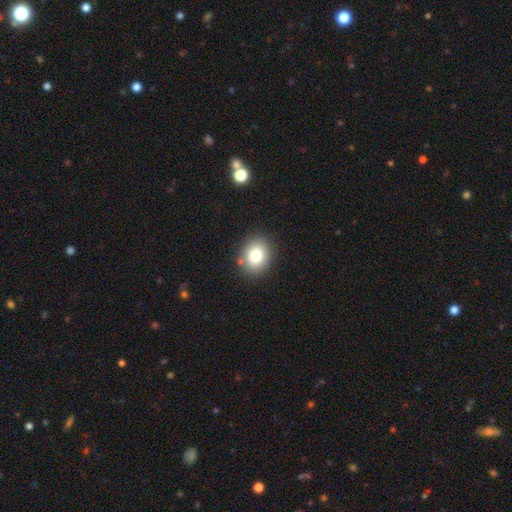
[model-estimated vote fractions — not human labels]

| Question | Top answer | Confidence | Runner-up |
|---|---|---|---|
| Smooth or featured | smooth | 79% | star or artifact (11%) |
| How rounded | round | 59% | in between (40%) |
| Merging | none | 85% | minor disturbance (9%) |